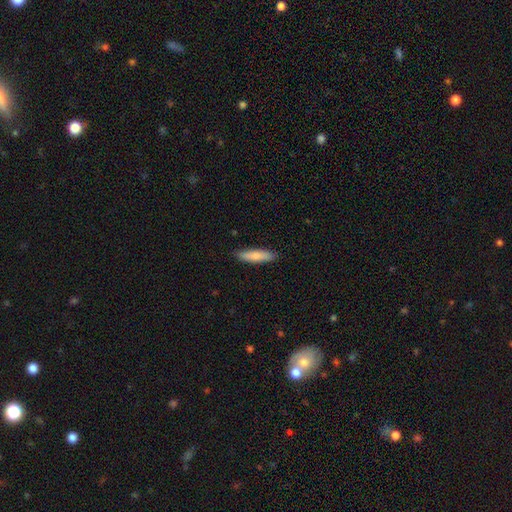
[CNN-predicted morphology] Q: Smooth or featured?
A: smooth (72%); runner-up: featured or disk (23%)
Q: How rounded?
A: cigar-shaped (75%); runner-up: in between (24%)
Q: Merging?
A: none (88%); runner-up: minor disturbance (9%)